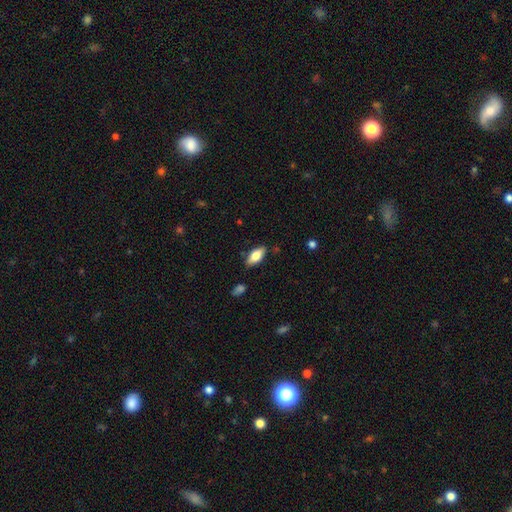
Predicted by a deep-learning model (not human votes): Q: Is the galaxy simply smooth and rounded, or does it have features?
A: smooth — 74%.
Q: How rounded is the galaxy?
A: in between — 84%.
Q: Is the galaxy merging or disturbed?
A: none — 82%.